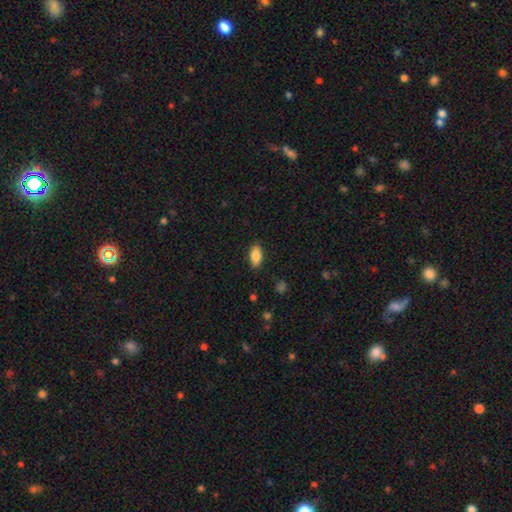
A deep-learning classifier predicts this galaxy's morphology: Smooth or featured? Predicted: smooth (p=0.84). How rounded? Predicted: in between (p=0.89). Merging? Predicted: none (p=0.87).